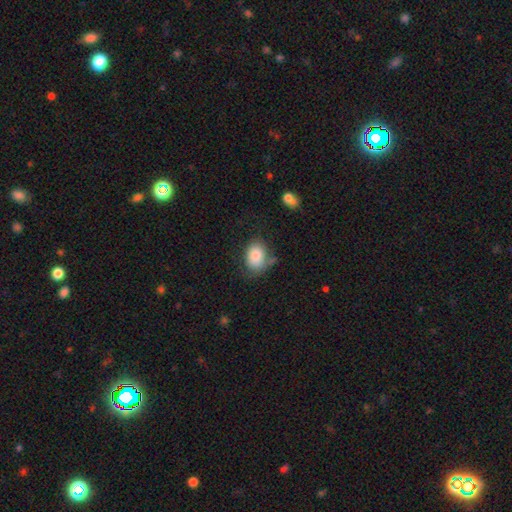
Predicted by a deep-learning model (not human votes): This is clearly a smooth galaxy (84%). How rounded: likely in between (75%). Merging: possibly none (58%).